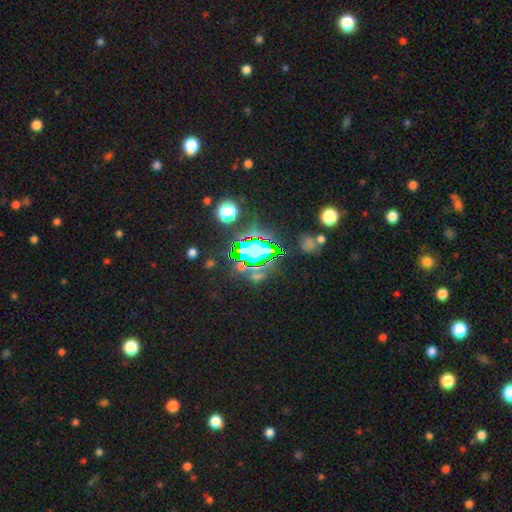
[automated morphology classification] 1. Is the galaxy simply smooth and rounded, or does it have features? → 73% star or artifact, 16% smooth, 10% featured or disk.